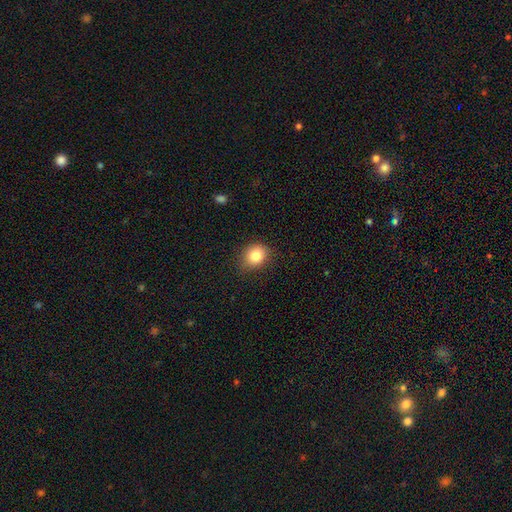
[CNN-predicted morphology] Smooth or featured? smooth (83%)
How rounded? round (57%)
Merging? none (80%)